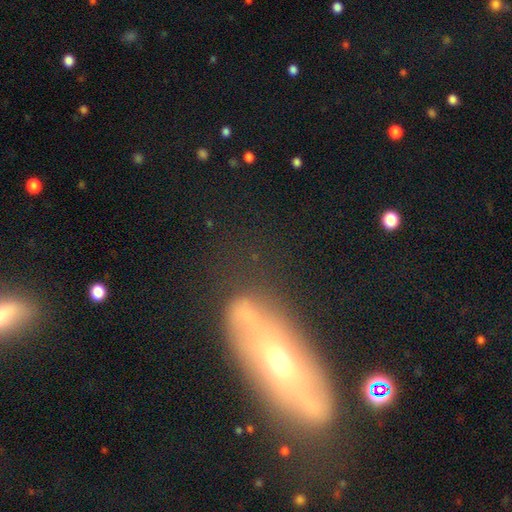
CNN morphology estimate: A featured or disk galaxy (64%).

Vote fractions:
- Smooth or featured? featured or disk: 64% / smooth: 25% / star or artifact: 11%
- Edge-on disk? no: 69% / yes: 31%
- Merging? none: 72% / minor disturbance: 16% / major disturbance: 8% / merger: 4%